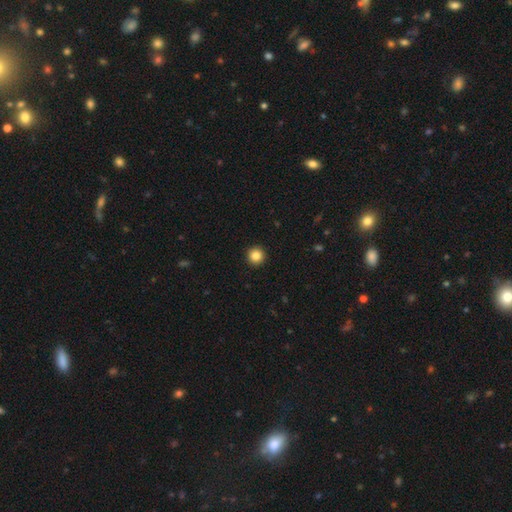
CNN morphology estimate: Q: Smooth or featured?
A: smooth (86%); runner-up: star or artifact (10%)
Q: How rounded?
A: round (96%); runner-up: in between (3%)
Q: Merging?
A: none (94%); runner-up: minor disturbance (4%)